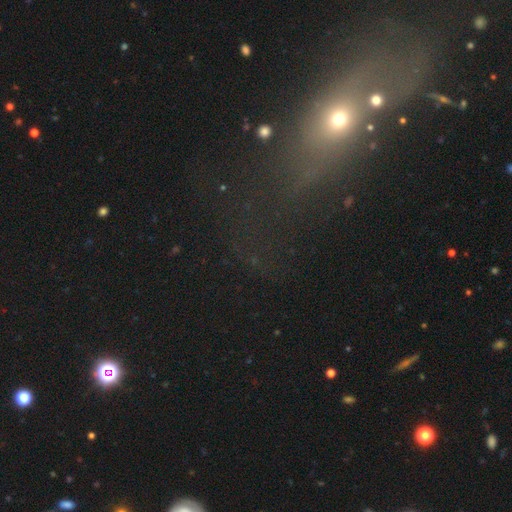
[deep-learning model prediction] A star or artifact, not a galaxy (46%).

Vote fractions:
- Smooth or featured? star or artifact: 46% / smooth: 35% / featured or disk: 19%